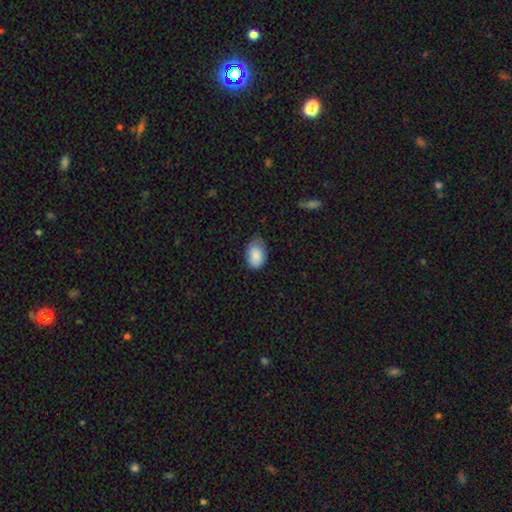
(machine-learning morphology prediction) type=smooth (86%); roundness=in between (87%); merging=none (58%).